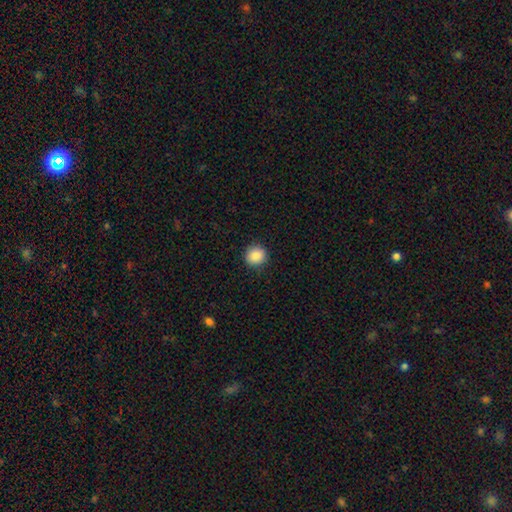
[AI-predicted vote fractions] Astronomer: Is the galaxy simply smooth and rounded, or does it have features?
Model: smooth — 87%.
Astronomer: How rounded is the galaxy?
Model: round — 90%.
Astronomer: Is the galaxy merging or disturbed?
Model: none — 90%.